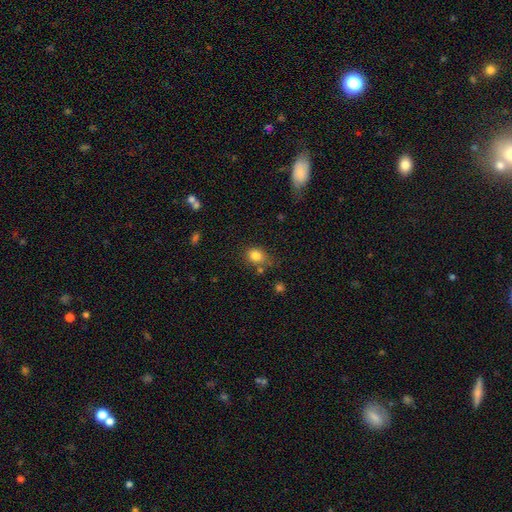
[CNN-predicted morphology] Smooth or featured? Predicted: smooth (p=0.82). How rounded? Predicted: round (p=0.59). Merging? Predicted: none (p=0.64).